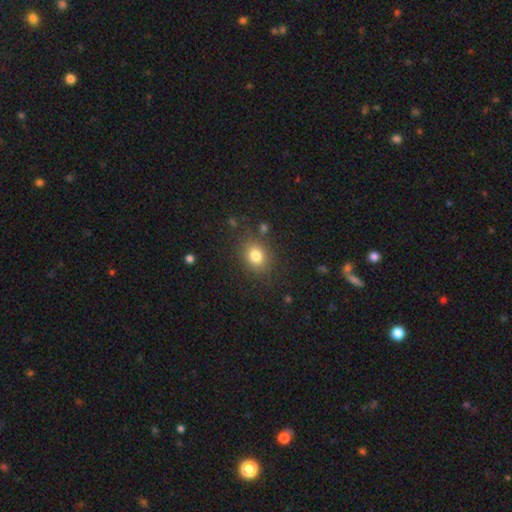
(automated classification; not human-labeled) Q: Smooth or featured?
A: smooth (80%); runner-up: star or artifact (12%)
Q: How rounded?
A: round (61%); runner-up: in between (38%)
Q: Merging?
A: none (83%); runner-up: minor disturbance (10%)